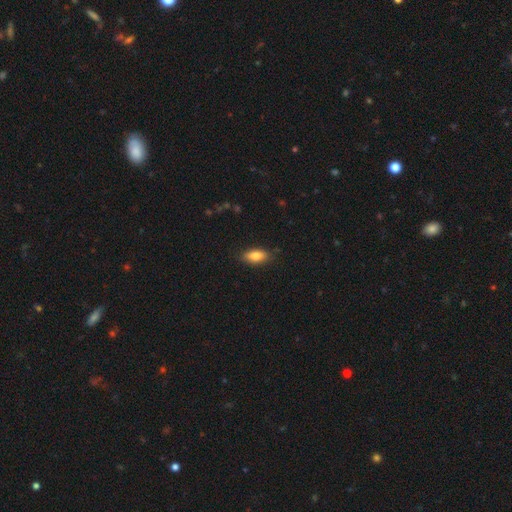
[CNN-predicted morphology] Smooth or featured: smooth — 81% (featured or disk — 12%)
How rounded: in between — 84% (cigar-shaped — 12%)
Merging: none — 84% (minor disturbance — 12%)